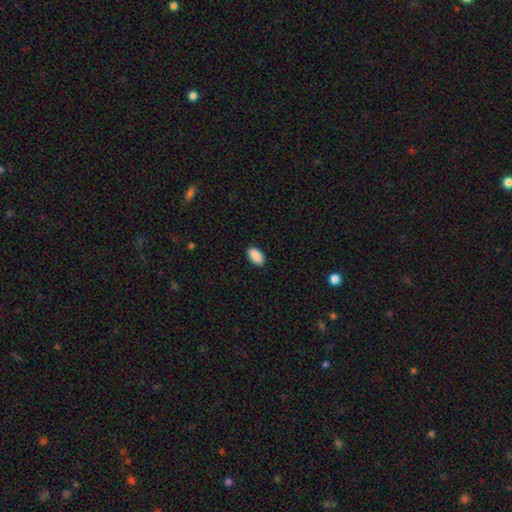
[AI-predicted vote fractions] Overall: smooth (91%). How rounded: in between (95%). Merging: none (89%).